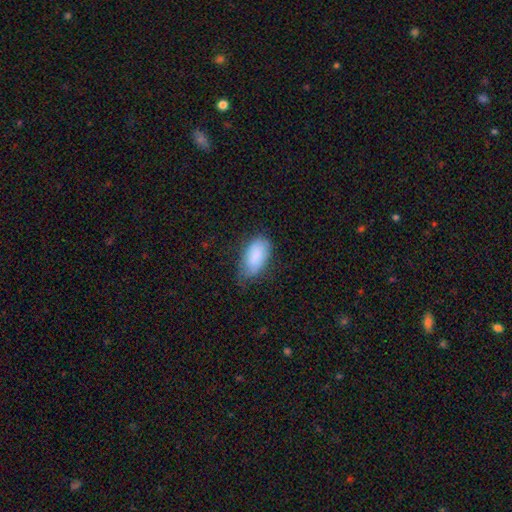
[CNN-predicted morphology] smooth_or_featured: smooth (p=0.85) [alt: featured or disk p=0.09]
how_rounded: in between (p=0.94) [alt: round p=0.03]
merging: none (p=0.57) [alt: minor disturbance p=0.33]